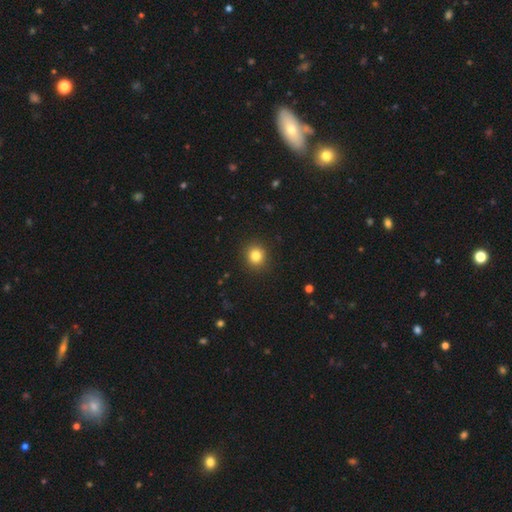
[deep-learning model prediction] Smooth or featured? Predicted: smooth (p=0.83). How rounded? Predicted: round (p=0.86). Merging? Predicted: none (p=0.91).